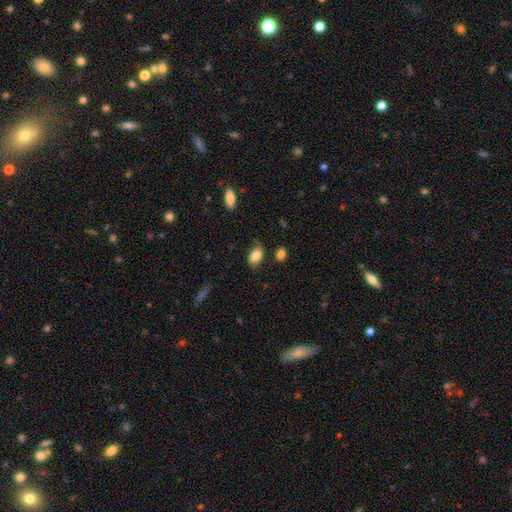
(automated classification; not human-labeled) Smooth or featured? smooth (79%)
How rounded? in between (88%)
Merging? none (71%)